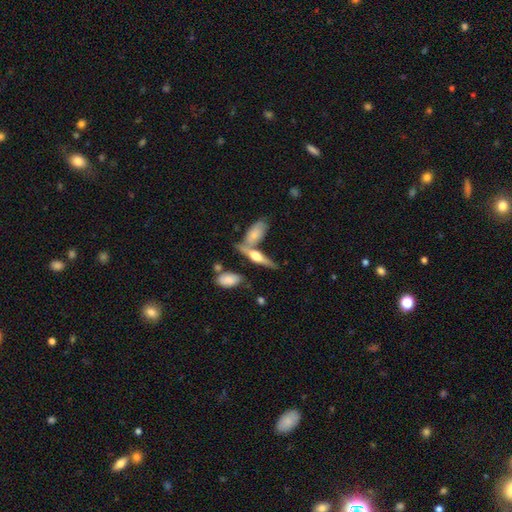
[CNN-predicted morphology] A featured or disk galaxy (55%) viewed edge-on (90%). Merging: none (54%).